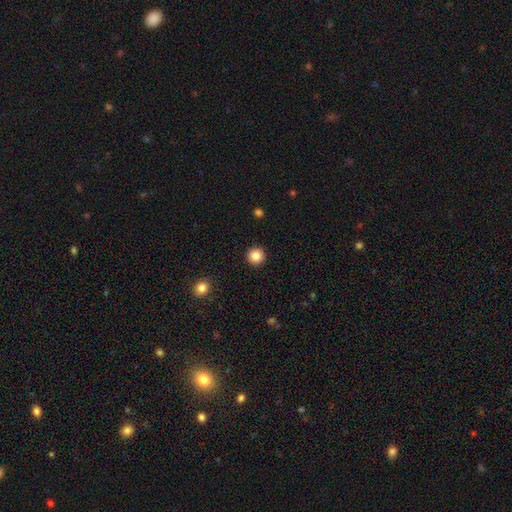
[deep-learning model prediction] The model was most divided on "smooth or featured": smooth: 84%, star or artifact: 10%, featured or disk: 5%. More confident: how rounded — round (96%); merging — none (93%).